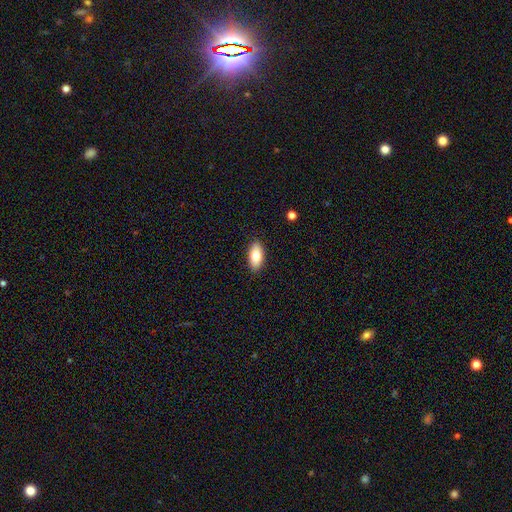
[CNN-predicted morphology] Smooth or featured: smooth — 78% (featured or disk — 15%)
How rounded: in between — 89% (cigar-shaped — 8%)
Merging: none — 89% (minor disturbance — 8%)